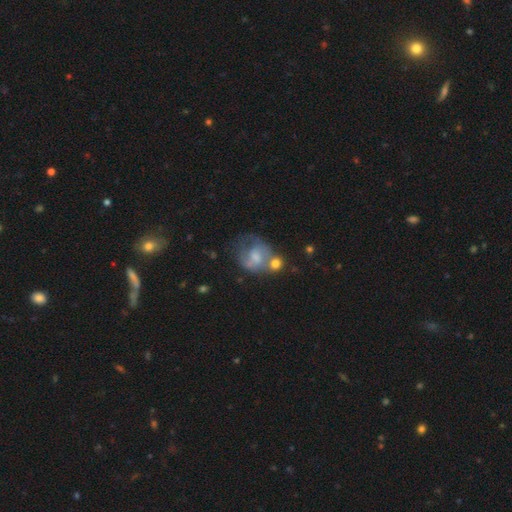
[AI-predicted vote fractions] featured or disk 53%, smooth 38%, star or artifact 9%. Down the decision tree: edge-on disk — no (97%); bar — no (54%); spiral arms — yes (66%); bulge size — moderate (34%); merging — none (31%).